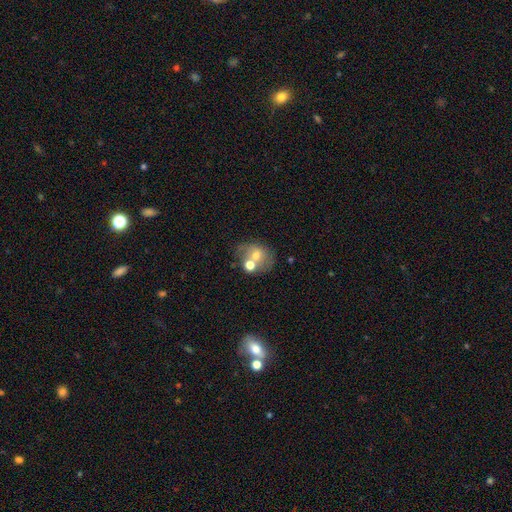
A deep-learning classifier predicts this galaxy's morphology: Smooth or featured?
  - smooth: 59% *
  - featured or disk: 30%
  - star or artifact: 11%
How rounded?
  - round: 56% *
  - in between: 43%
  - cigar-shaped: 1%
Merging?
  - none: 43% *
  - merger: 37%
  - minor disturbance: 13%
  - major disturbance: 7%